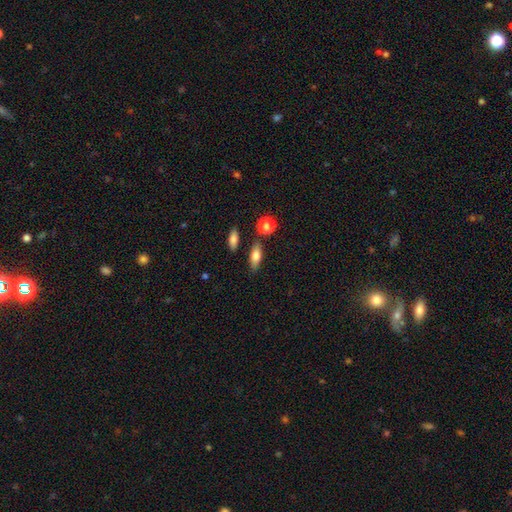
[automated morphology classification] type=smooth (72%); roundness=in between (71%); merging=none (79%).